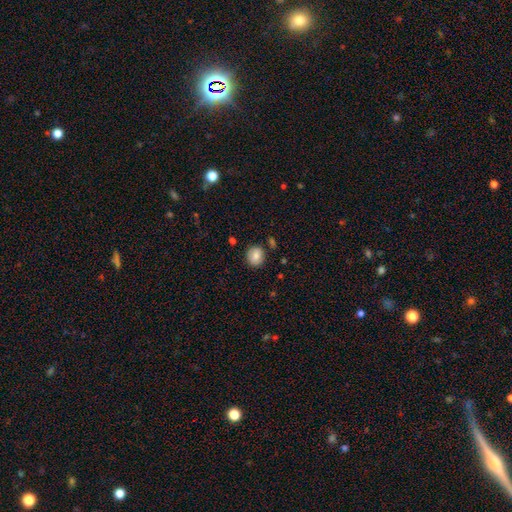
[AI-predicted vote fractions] Morphology: type=smooth (83%); roundness=round (79%); merging=none (84%).